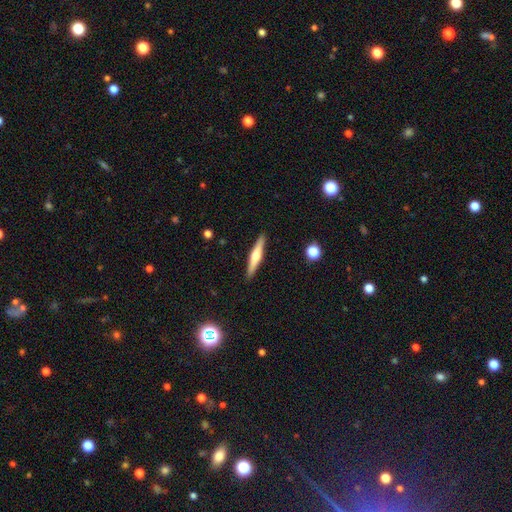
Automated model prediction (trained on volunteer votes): smooth-or-featured: featured or disk: 56% | smooth: 38% | star or artifact: 6%
  disk-edge-on: yes: 97% | no: 3%
    edge-on-bulge: rounded: 83% | boxy: 10% | none: 8%
  merging: none: 91% | minor disturbance: 6% | major disturbance: 1% | merger: 1%